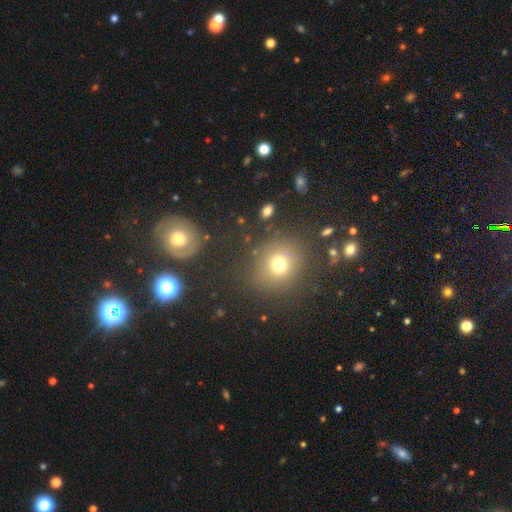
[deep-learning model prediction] This is possibly a smooth galaxy (48%). Merging: clearly none (83%).